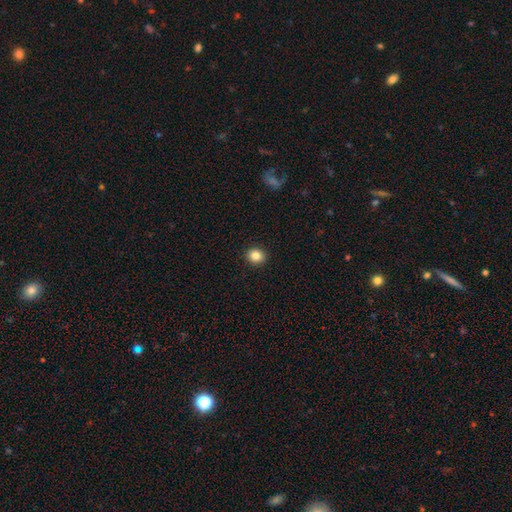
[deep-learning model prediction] A smooth galaxy with no disk features (85%) that is round (78%).

Vote fractions:
- Smooth or featured? smooth: 85% / star or artifact: 10% / featured or disk: 5%
- How rounded? round: 78% / in between: 21% / cigar-shaped: 1%
- Merging? none: 92% / minor disturbance: 5% / major disturbance: 2% / merger: 1%